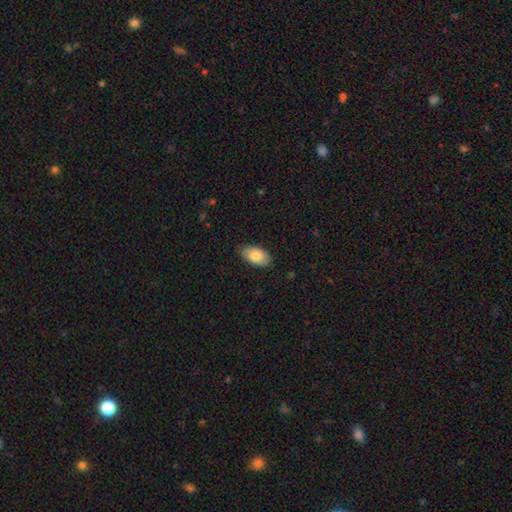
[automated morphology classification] A smooth galaxy with no disk features (82%) that is in between round and cigar-shaped (94%).

Vote fractions:
- Smooth or featured? smooth: 82% / featured or disk: 11% / star or artifact: 6%
- How rounded? in between: 94% / round: 5% / cigar-shaped: 2%
- Merging? none: 82% / minor disturbance: 14% / major disturbance: 2% / merger: 1%